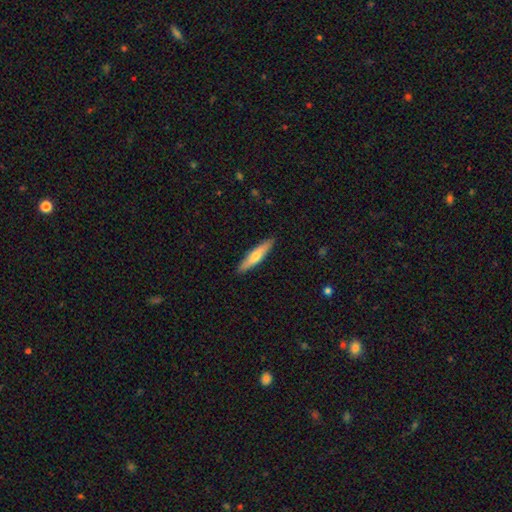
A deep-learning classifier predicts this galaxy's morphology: Q: Smooth or featured?
A: smooth (58%); runner-up: featured or disk (36%)
Q: How rounded?
A: cigar-shaped (81%); runner-up: in between (18%)
Q: Merging?
A: none (89%); runner-up: minor disturbance (8%)